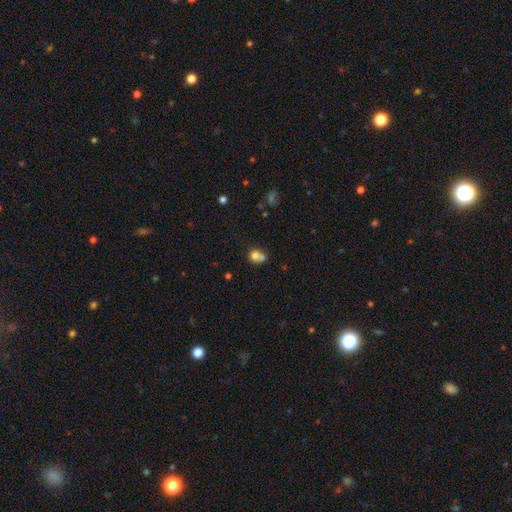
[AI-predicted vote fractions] A smooth galaxy with no disk features (74%) that is round (76%).

Vote fractions:
- Smooth or featured? smooth: 74% / featured or disk: 15% / star or artifact: 12%
- How rounded? round: 76% / in between: 23% / cigar-shaped: 1%
- Merging? merger: 50% / none: 36% / minor disturbance: 9% / major disturbance: 4%